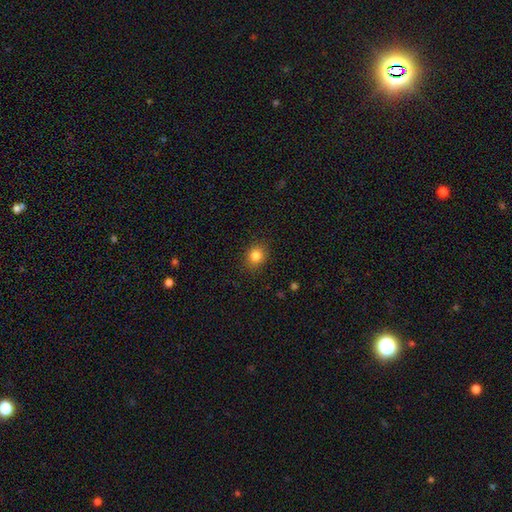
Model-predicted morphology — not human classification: smooth-or-featured: smooth: 83% | star or artifact: 11% | featured or disk: 5%
  how-rounded: round: 73% | in between: 26% | cigar-shaped: 1%
  merging: none: 88% | minor disturbance: 9% | major disturbance: 3% | merger: 1%